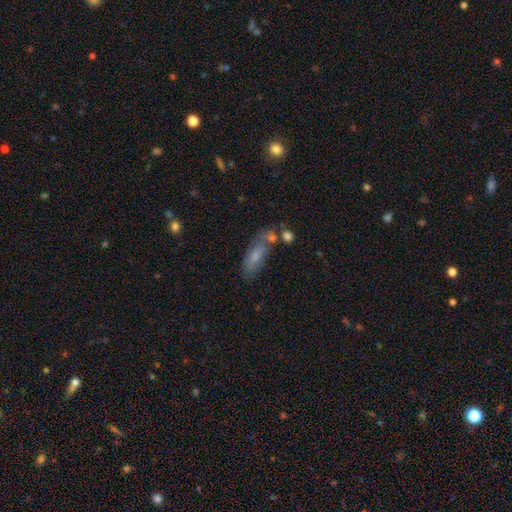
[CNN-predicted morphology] Smooth or featured? Predicted: smooth (p=0.66). How rounded? Predicted: in between (p=0.63). Merging? Predicted: none (p=0.55).